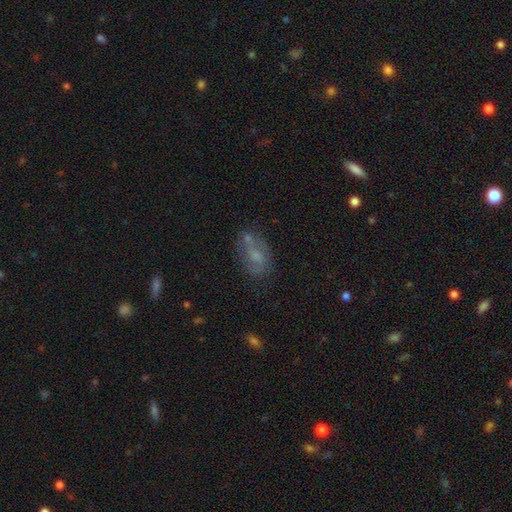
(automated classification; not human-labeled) Smooth or featured: featured or disk — 44% (tied with smooth — 44%)
Merging: none — 51% (minor disturbance — 23%)